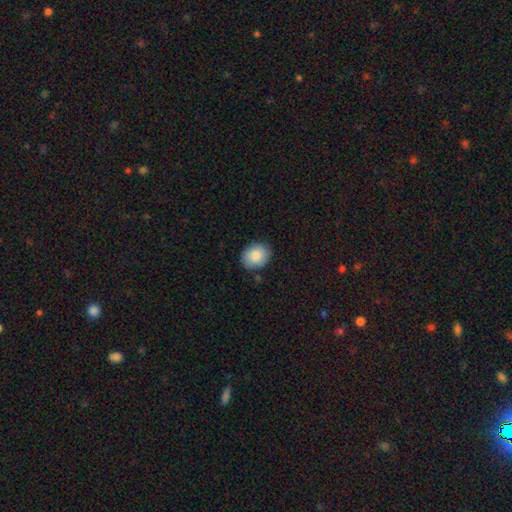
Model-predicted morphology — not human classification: Smooth or featured? Predicted: smooth (p=0.86). How rounded? Predicted: round (p=0.56). Merging? Predicted: none (p=0.84).